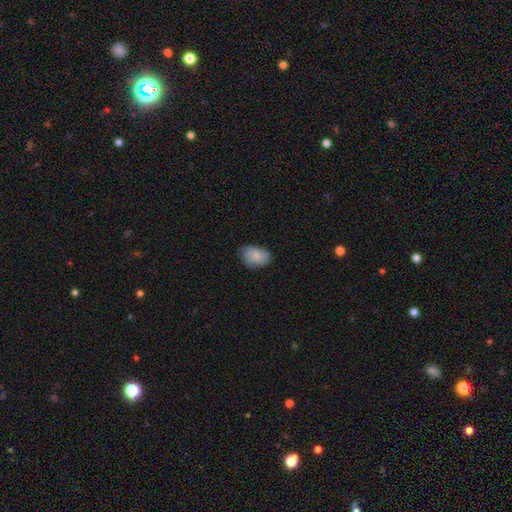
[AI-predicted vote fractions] smooth 82%, featured or disk 12%, star or artifact 7%. Down the decision tree: how rounded — in between (81%); merging — none (67%).